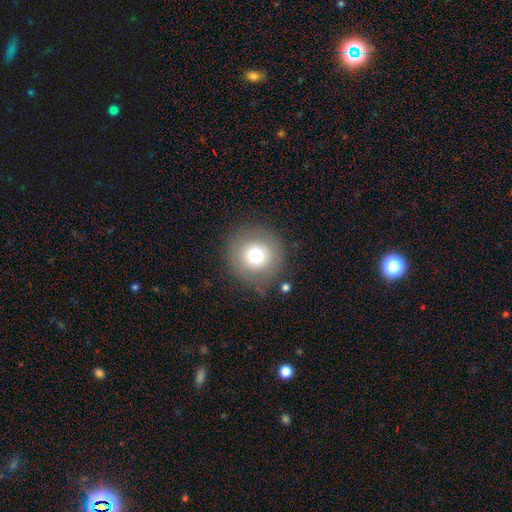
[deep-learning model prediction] Morphology: type=smooth (74%); roundness=round (95%); merging=none (83%).